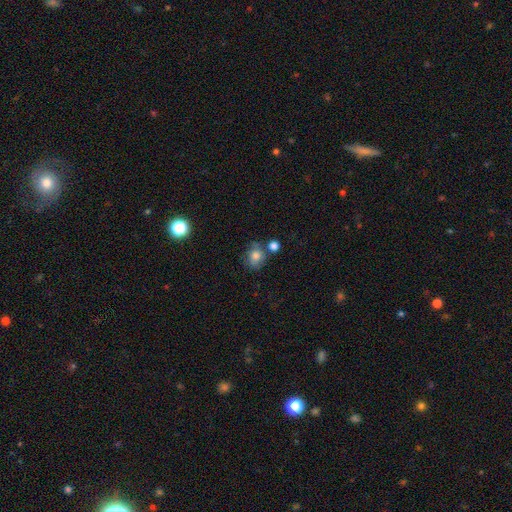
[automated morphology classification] A smooth galaxy with no disk features (76%) that is round (71%).

Vote fractions:
- Smooth or featured? smooth: 76% / featured or disk: 13% / star or artifact: 11%
- How rounded? round: 71% / in between: 28% / cigar-shaped: 1%
- Merging? none: 56% / minor disturbance: 19% / merger: 17% / major disturbance: 7%